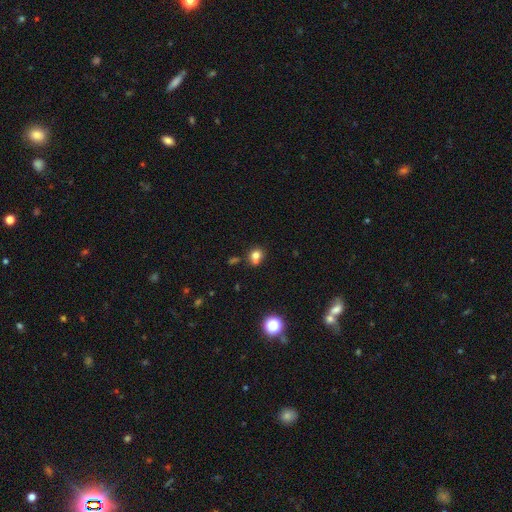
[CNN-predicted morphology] This is likely a smooth galaxy (74%). How rounded: likely round (77%). Merging: possibly none (54%).